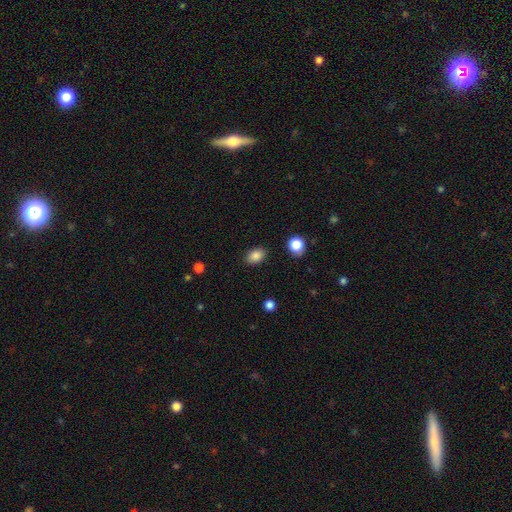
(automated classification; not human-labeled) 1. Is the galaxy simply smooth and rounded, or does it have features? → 86% smooth, 9% star or artifact, 5% featured or disk.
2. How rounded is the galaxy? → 78% in between, 21% round, 1% cigar-shaped.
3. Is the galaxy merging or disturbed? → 87% none, 9% minor disturbance, 3% major disturbance, 2% merger.